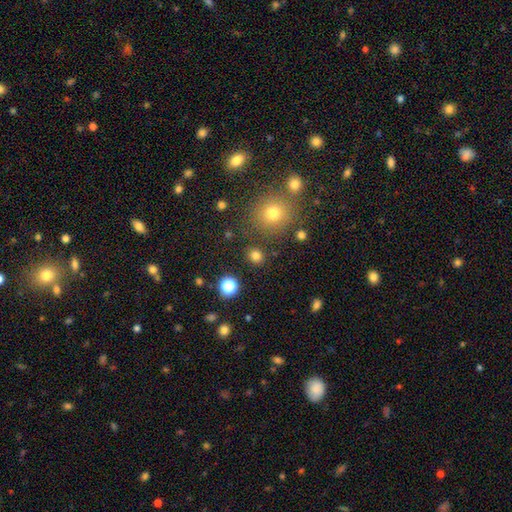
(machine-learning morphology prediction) This appears to be a smooth galaxy with no disk features (79%) that is round (85%). Merging: none (86%).